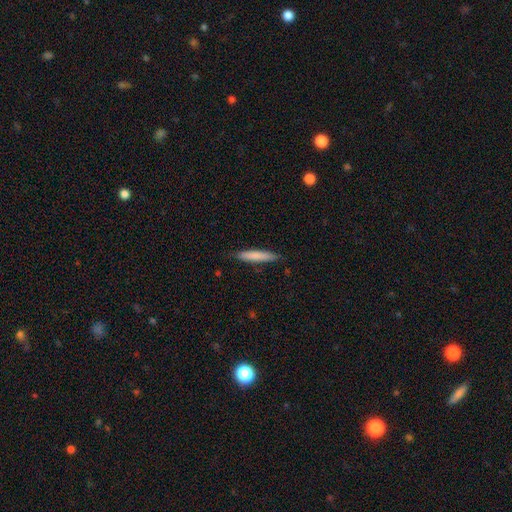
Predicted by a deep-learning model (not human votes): This is likely a smooth galaxy (78%). How rounded: clearly cigar-shaped (91%). Merging: clearly none (86%).